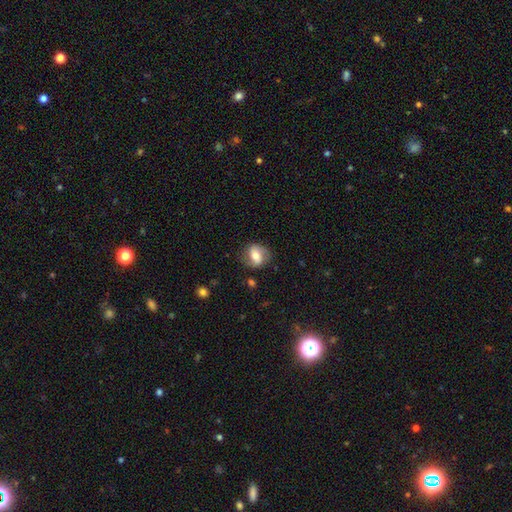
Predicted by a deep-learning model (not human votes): Morphology: type=featured or disk (47%); merging=none (75%).